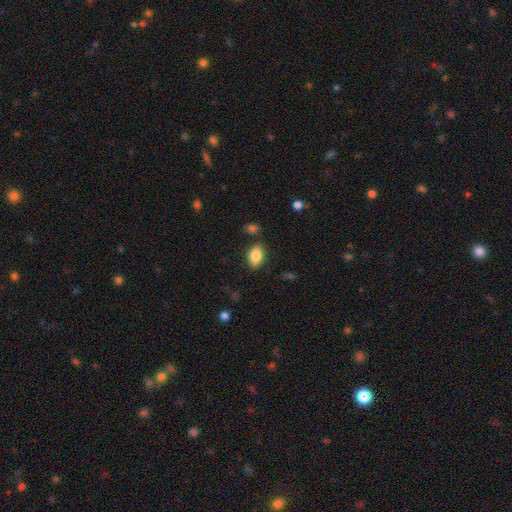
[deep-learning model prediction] This is clearly a smooth galaxy (85%). How rounded: clearly in between (90%). Merging: clearly none (82%).